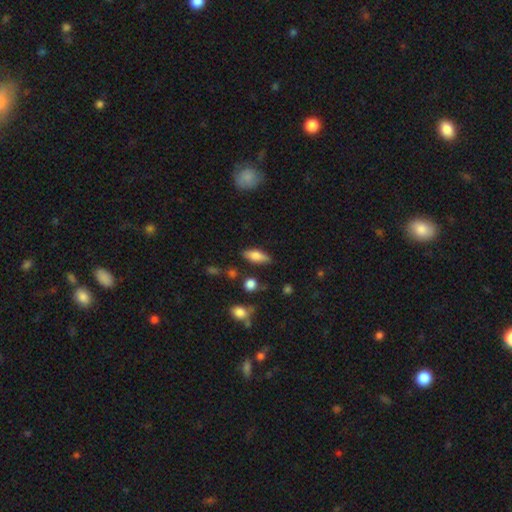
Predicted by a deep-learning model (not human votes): smooth 73%, featured or disk 20%, star or artifact 7%. Down the decision tree: how rounded — in between (73%); merging — none (80%).